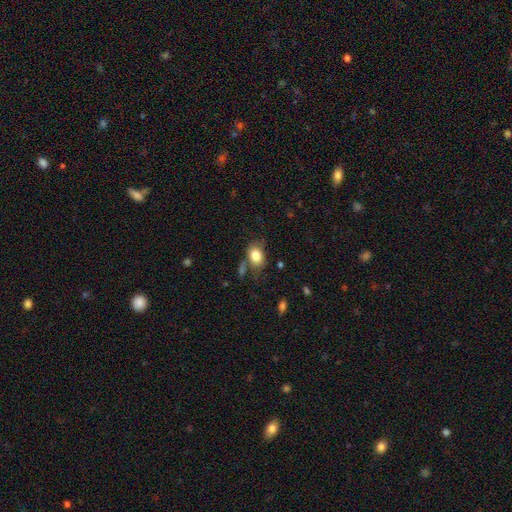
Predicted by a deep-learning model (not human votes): Smooth or featured? smooth (81%)
How rounded? in between (69%)
Merging? none (58%)